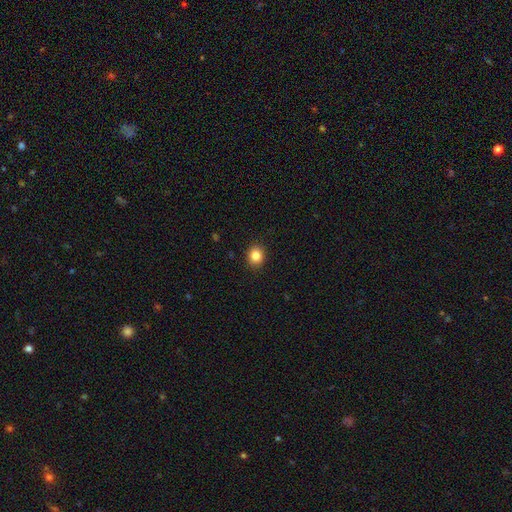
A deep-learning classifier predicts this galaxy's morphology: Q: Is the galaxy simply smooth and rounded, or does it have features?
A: smooth — 85%.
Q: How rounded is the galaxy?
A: round — 73%.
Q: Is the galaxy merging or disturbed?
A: none — 90%.